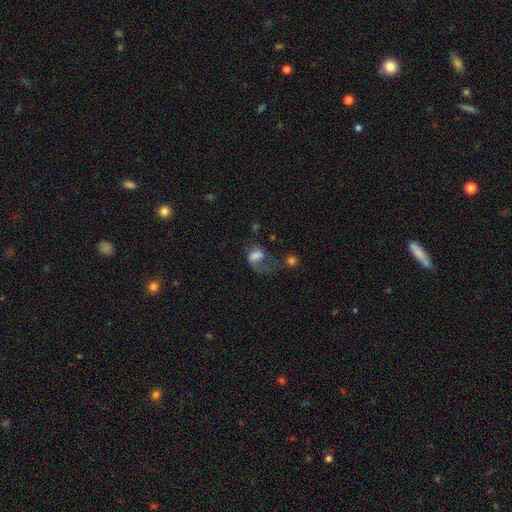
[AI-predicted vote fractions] Smooth or featured? Predicted: smooth (p=0.56). How rounded? Predicted: in between (p=0.72). Merging? Predicted: major disturbance (p=0.53).